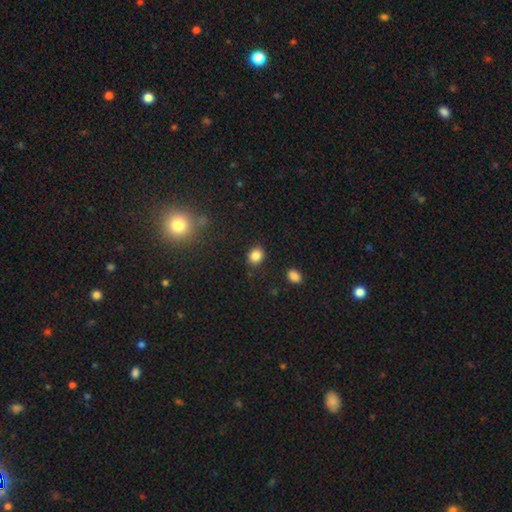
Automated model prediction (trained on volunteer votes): Smooth or featured: smooth — 85% (star or artifact — 10%)
How rounded: round — 52% (in between — 47%)
Merging: none — 86% (minor disturbance — 9%)